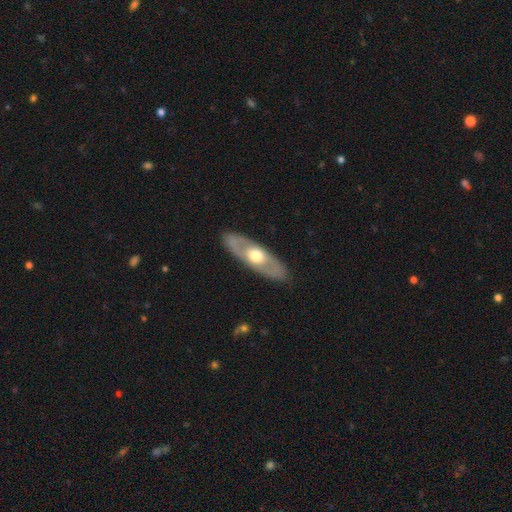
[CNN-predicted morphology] Q: Smooth or featured?
A: featured or disk (59%); runner-up: smooth (37%)
Q: Edge-on disk?
A: no (69%); runner-up: yes (31%)
Q: Merging?
A: none (87%); runner-up: minor disturbance (9%)